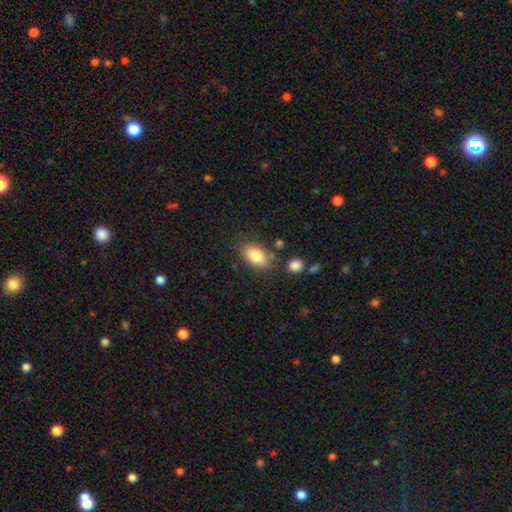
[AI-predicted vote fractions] Smooth or featured? smooth (84%)
How rounded? in between (88%)
Merging? none (74%)